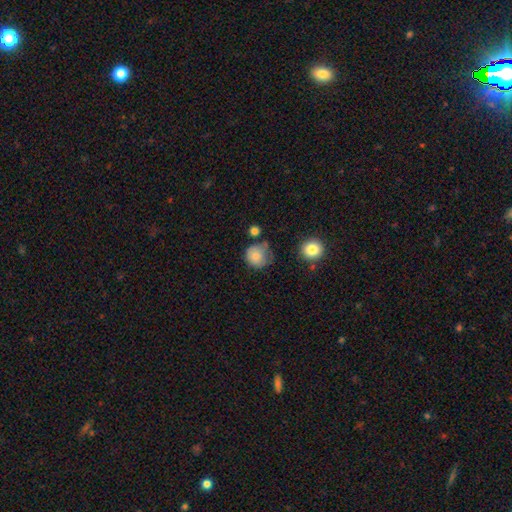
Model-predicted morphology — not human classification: Smooth or featured?
  - smooth: 81% *
  - featured or disk: 10%
  - star or artifact: 9%
How rounded?
  - round: 86% *
  - in between: 13%
  - cigar-shaped: 1%
Merging?
  - none: 49% *
  - minor disturbance: 32%
  - major disturbance: 13%
  - merger: 7%